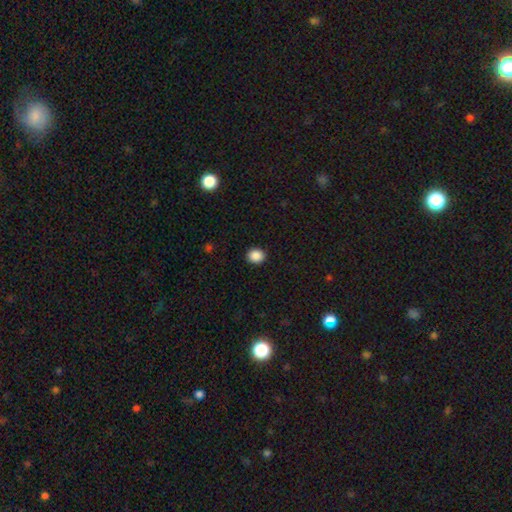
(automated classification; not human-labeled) This is clearly a smooth galaxy (89%). How rounded: likely round (75%). Merging: clearly none (91%).